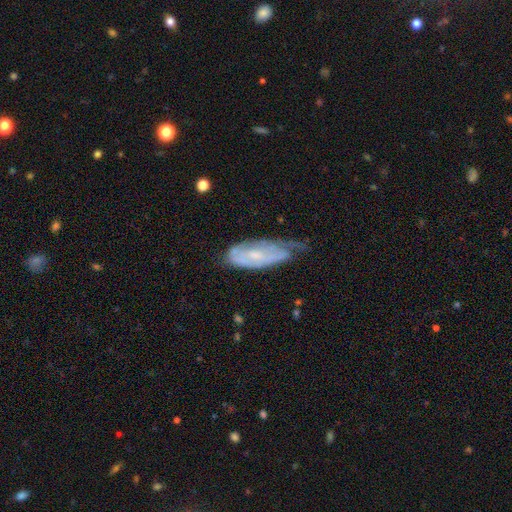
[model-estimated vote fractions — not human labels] A featured or disk galaxy (62%) with no bar (60%), spiral arms (74%) and a small central bulge (62%).

Vote fractions:
- Smooth or featured? featured or disk: 62% / smooth: 31% / star or artifact: 7%
- Edge-on disk? no: 85% / yes: 15%
- Bar? no: 60% / weak: 32% / strong: 8%
- Spiral arms? yes: 74% / no: 26%
- Bulge size? small: 62% / moderate: 28% / none: 9% / large: 1% / dominant: 1%
- Merging? minor disturbance: 41% / none: 35% / major disturbance: 21% / merger: 3%